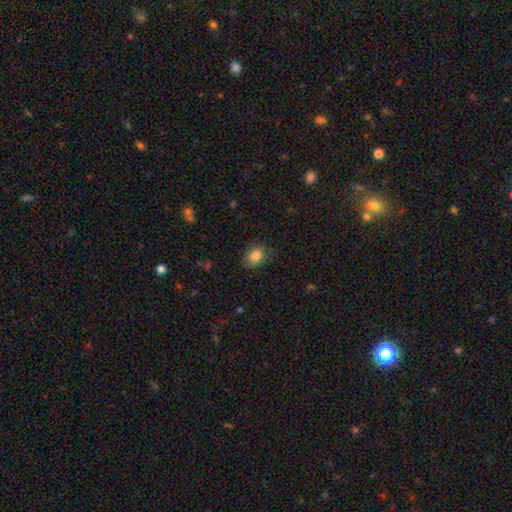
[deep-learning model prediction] Smooth or featured? Predicted: smooth (p=0.84). How rounded? Predicted: in between (p=0.68). Merging? Predicted: none (p=0.79).